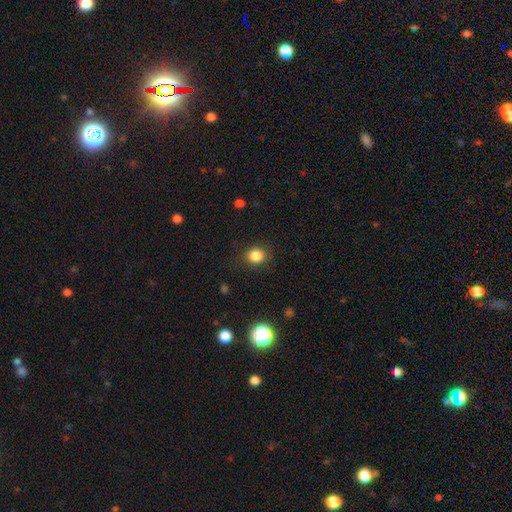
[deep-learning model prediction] smooth 83%, star or artifact 12%, featured or disk 5%. Down the decision tree: how rounded — round (80%); merging — none (84%).